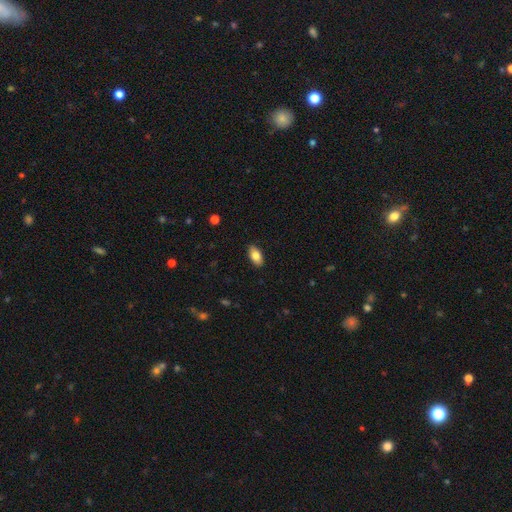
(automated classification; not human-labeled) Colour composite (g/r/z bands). It shows a smooth galaxy with no disk features (82%) that is in between round and cigar-shaped (93%). Merging: none (89%).